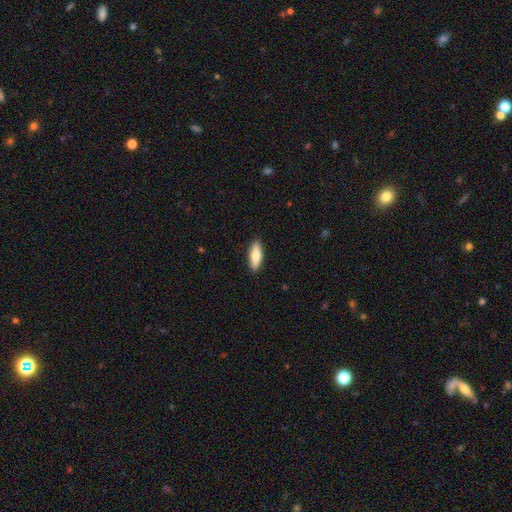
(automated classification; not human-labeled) Smooth or featured? Predicted: smooth (p=0.70). How rounded? Predicted: in between (p=0.56). Merging? Predicted: none (p=0.90).